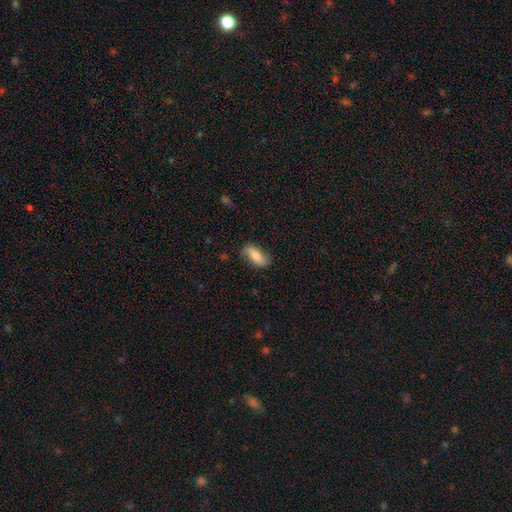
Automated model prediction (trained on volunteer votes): This is likely a smooth galaxy (62%). How rounded: likely in between (79%). Merging: likely none (76%).